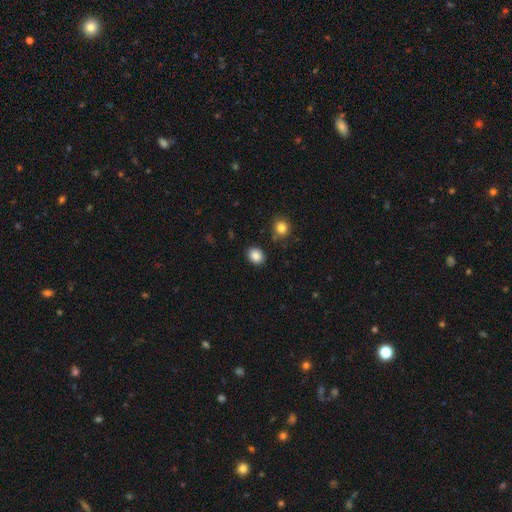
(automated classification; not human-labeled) Morphology: type=smooth (87%); roundness=round (57%); merging=none (87%).